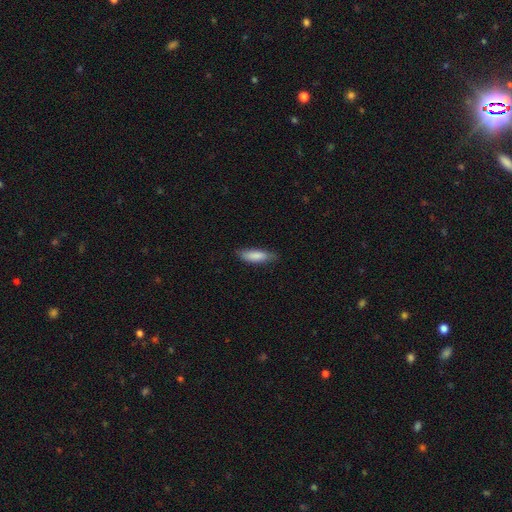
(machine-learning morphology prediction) Smooth or featured?
  - smooth: 85% *
  - featured or disk: 9%
  - star or artifact: 6%
How rounded?
  - in between: 51% *
  - cigar-shaped: 47%
  - round: 2%
Merging?
  - none: 78% *
  - minor disturbance: 17%
  - major disturbance: 3%
  - merger: 1%